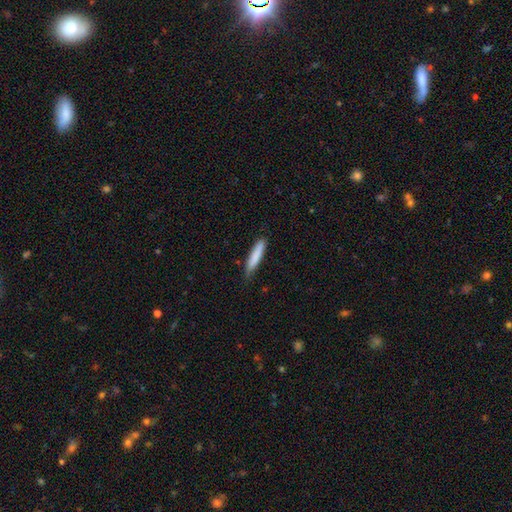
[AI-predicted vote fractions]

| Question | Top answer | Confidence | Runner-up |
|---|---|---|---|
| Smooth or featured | smooth | 84% | featured or disk (11%) |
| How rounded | cigar-shaped | 89% | in between (10%) |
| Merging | none | 75% | minor disturbance (21%) |